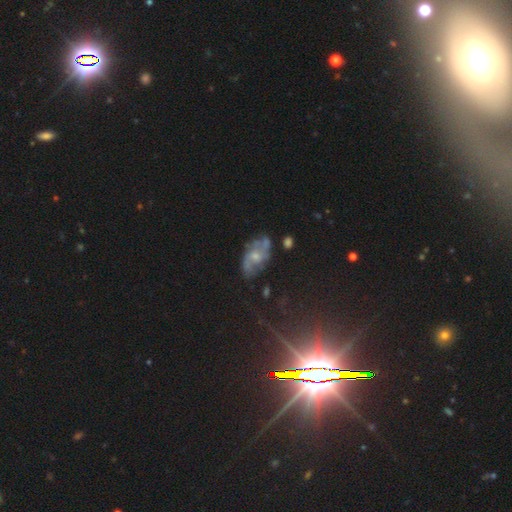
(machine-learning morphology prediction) A featured or disk galaxy (67%) with no bar (61%), 2 (56%) medium (44%) spiral arms (81%) and a small central bulge (48%).

Vote fractions:
- Smooth or featured? featured or disk: 67% / smooth: 21% / star or artifact: 12%
- Edge-on disk? no: 95% / yes: 5%
- Bar? no: 61% / weak: 33% / strong: 6%
- Spiral arms? yes: 81% / no: 19%
- Spiral winding? medium: 44% / loose: 34% / tight: 22%
- Spiral arm count? 2: 56% / can't tell: 25% / 3: 10% / 4: 4% / 1: 4% / more than 4: 3%
- Bulge size? small: 48% / moderate: 41% / none: 7% / large: 3% / dominant: 1%
- Merging? none: 63% / minor disturbance: 22% / major disturbance: 10% / merger: 5%